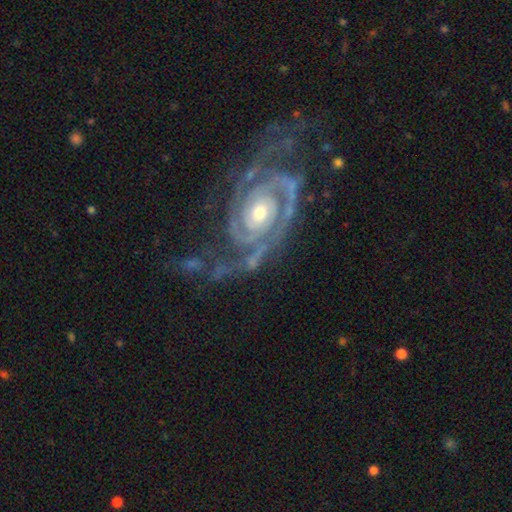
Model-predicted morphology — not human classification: This is clearly a featured or disk galaxy (92%). It is clearly not viewed edge-on (97%). Bar: likely no (69%). Spiral arm pattern: clearly yes (98%). Spiral arm count: possibly 2 (56%). Spiral winding: likely tight (72%). Central bulge: likely moderate (67%). Merging: likely none (62%).